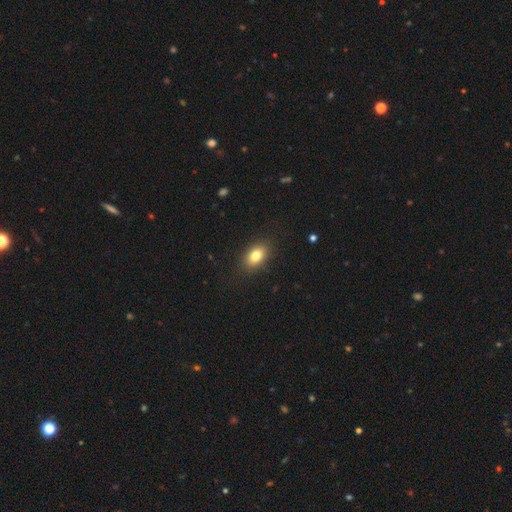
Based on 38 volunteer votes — Smooth or featured?
  - smooth: 82% *
  - featured or disk: 13%
  - star or artifact: 5%
How rounded?
  - in between: 87% *
  - round: 10%
  - cigar-shaped: 3%
Merging?
  - none: 83% *
  - minor disturbance: 8%
  - major disturbance: 8%
  - merger: 0%